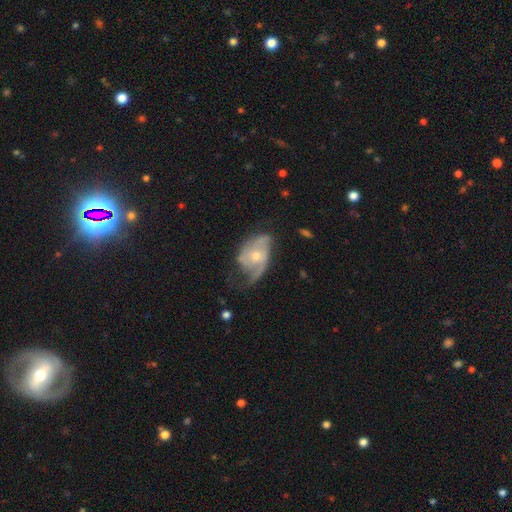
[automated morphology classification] This is likely a featured or disk galaxy (71%). It is clearly not viewed edge-on (96%). Bar: likely no (71%). Spiral arm pattern: clearly yes (83%). Spiral arm count: possibly 2 (53%). Spiral winding: marginally loose (40%, tied with medium). Central bulge: possibly moderate (48%). Merging: marginally none (36%).